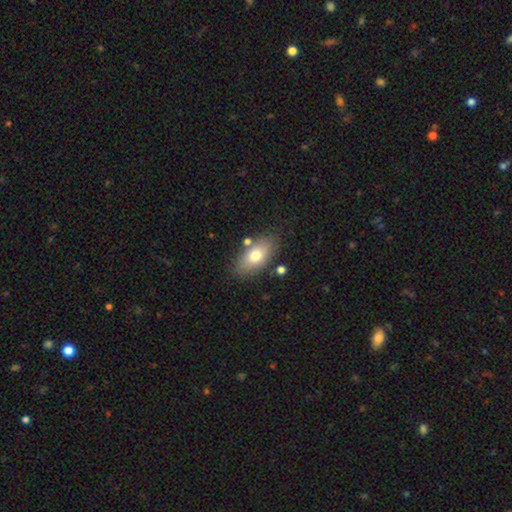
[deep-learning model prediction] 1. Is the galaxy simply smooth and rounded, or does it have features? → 72% smooth, 20% featured or disk, 7% star or artifact.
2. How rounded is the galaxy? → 89% in between, 6% round, 6% cigar-shaped.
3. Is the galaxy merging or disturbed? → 78% none, 13% minor disturbance, 5% merger, 4% major disturbance.